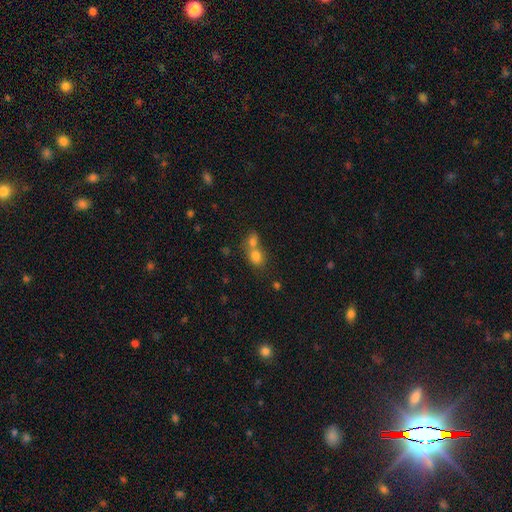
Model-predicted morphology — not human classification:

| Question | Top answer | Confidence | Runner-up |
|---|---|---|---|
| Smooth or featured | smooth | 76% | star or artifact (12%) |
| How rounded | round | 56% | in between (43%) |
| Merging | merger | 61% | none (29%) |